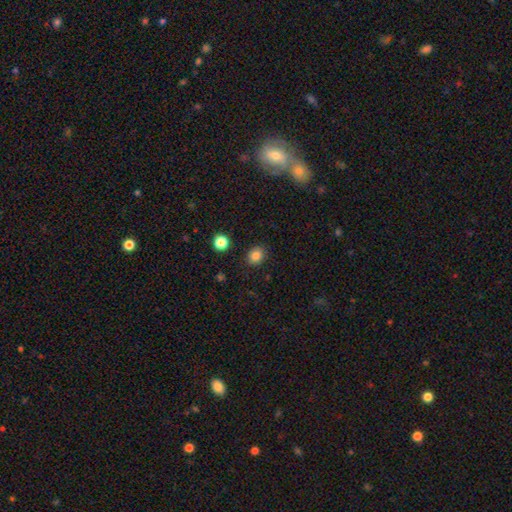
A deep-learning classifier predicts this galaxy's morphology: Q: Smooth or featured?
A: smooth (84%); runner-up: star or artifact (12%)
Q: How rounded?
A: round (61%); runner-up: in between (38%)
Q: Merging?
A: none (88%); runner-up: minor disturbance (8%)